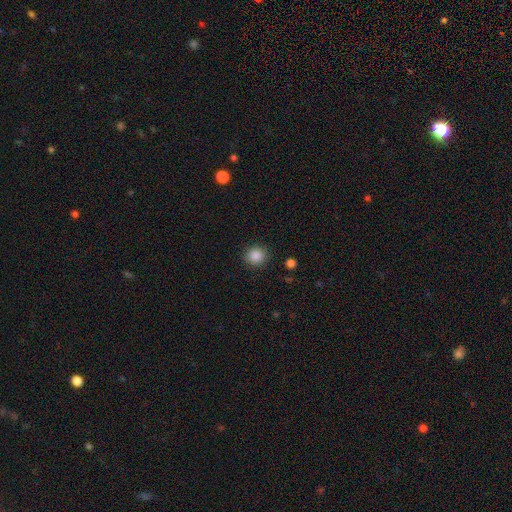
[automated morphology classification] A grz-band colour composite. It shows a smooth galaxy with no disk features (87%) that is round (87%). Merging: none (89%).